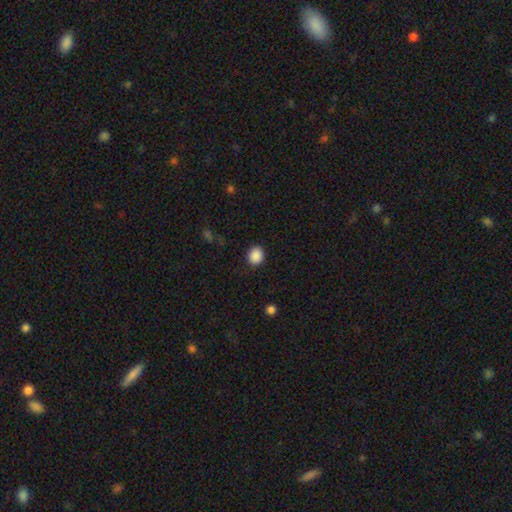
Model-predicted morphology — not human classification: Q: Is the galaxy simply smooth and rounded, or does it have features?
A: smooth — 89%.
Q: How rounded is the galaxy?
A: round — 71%.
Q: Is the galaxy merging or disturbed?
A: none — 90%.